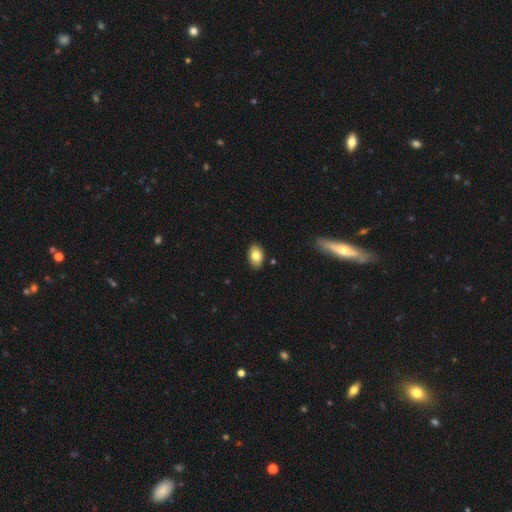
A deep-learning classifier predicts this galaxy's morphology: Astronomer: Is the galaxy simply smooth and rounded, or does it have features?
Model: smooth — 81%.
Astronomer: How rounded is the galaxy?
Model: in between — 89%.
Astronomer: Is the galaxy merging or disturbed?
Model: none — 88%.